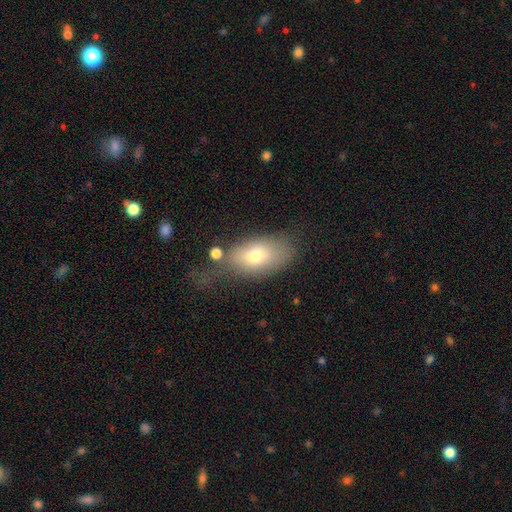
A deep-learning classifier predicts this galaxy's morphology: type=smooth (70%); roundness=in between (87%); merging=none (47%).